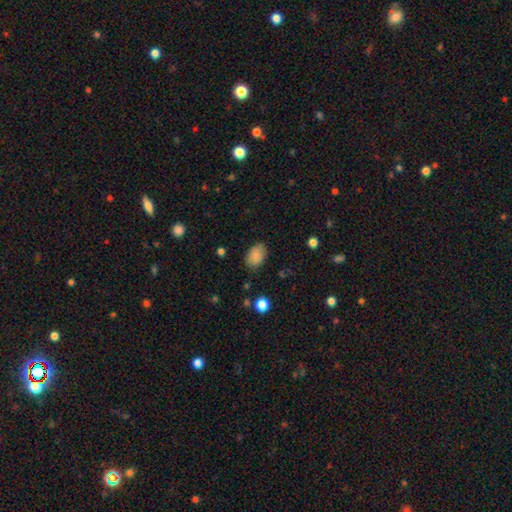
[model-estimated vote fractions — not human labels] smooth-or-featured: smooth: 87% | star or artifact: 8% | featured or disk: 5%
  how-rounded: in between: 83% | round: 16% | cigar-shaped: 1%
  merging: none: 78% | minor disturbance: 16% | major disturbance: 4% | merger: 1%